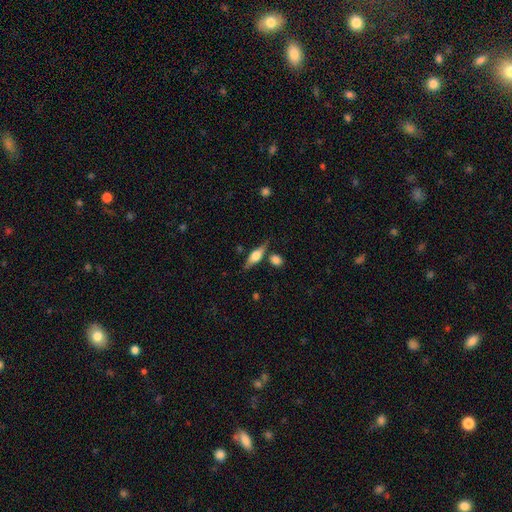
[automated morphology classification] Smooth or featured: featured or disk — 52% (smooth — 41%)
Edge-on disk: yes — 93% (no — 7%)
Merging: none — 73% (minor disturbance — 14%)